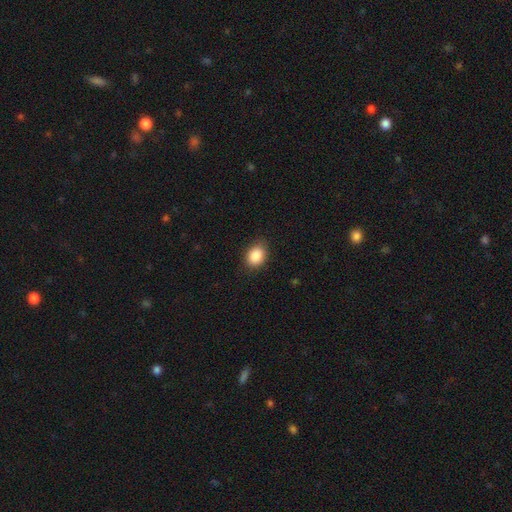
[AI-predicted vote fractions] Smooth or featured? Predicted: smooth (p=0.88). How rounded? Predicted: in between (p=0.60). Merging? Predicted: none (p=0.84).